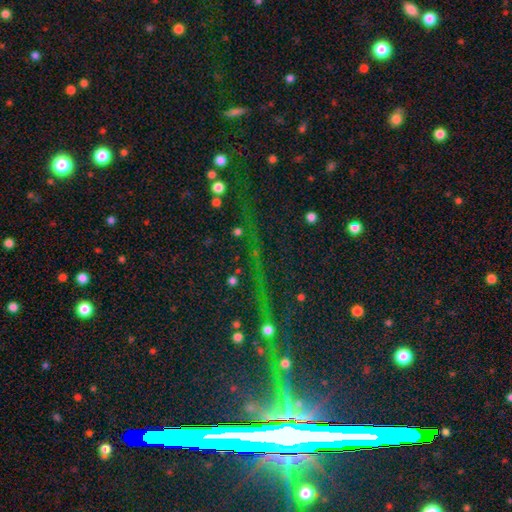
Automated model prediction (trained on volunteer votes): The model was most divided on "smooth or featured": star or artifact: 71%, smooth: 17%, featured or disk: 12%.